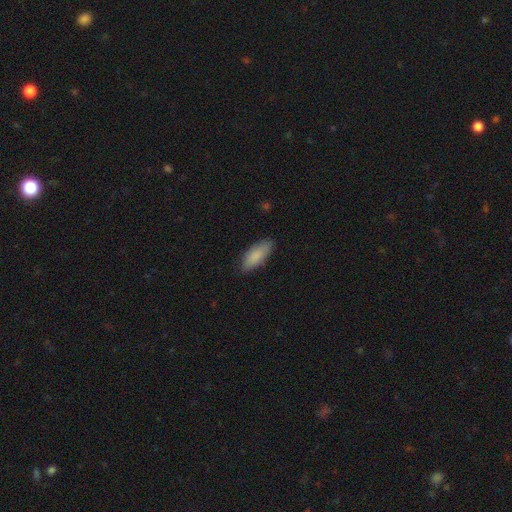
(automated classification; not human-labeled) This appears to be a smooth galaxy with no disk features (85%) that is in between round and cigar-shaped (79%). Merging: none (81%).